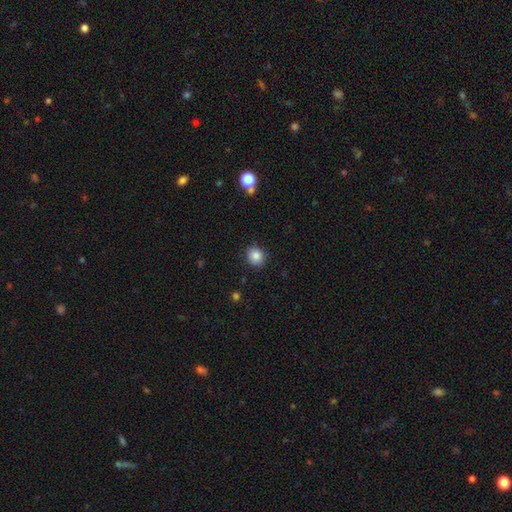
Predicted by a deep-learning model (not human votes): A smooth galaxy with no disk features (86%) that is round (72%).

Vote fractions:
- Smooth or featured? smooth: 86% / star or artifact: 9% / featured or disk: 5%
- How rounded? round: 72% / in between: 27% / cigar-shaped: 1%
- Merging? none: 88% / minor disturbance: 9% / major disturbance: 2% / merger: 1%